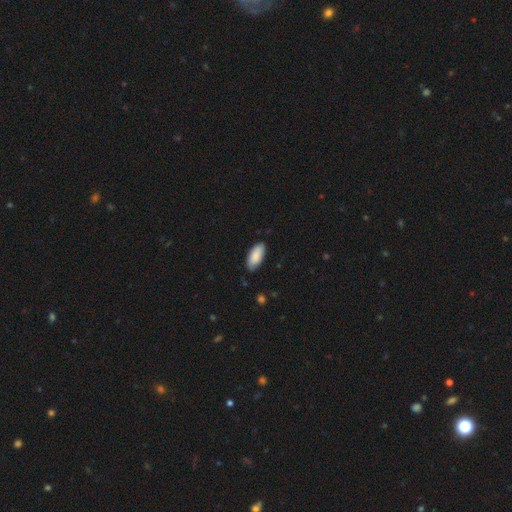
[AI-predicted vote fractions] smooth_or_featured: smooth (p=0.88) [alt: featured or disk p=0.07]
how_rounded: in between (p=0.90) [alt: cigar-shaped p=0.09]
merging: none (p=0.83) [alt: minor disturbance p=0.14]